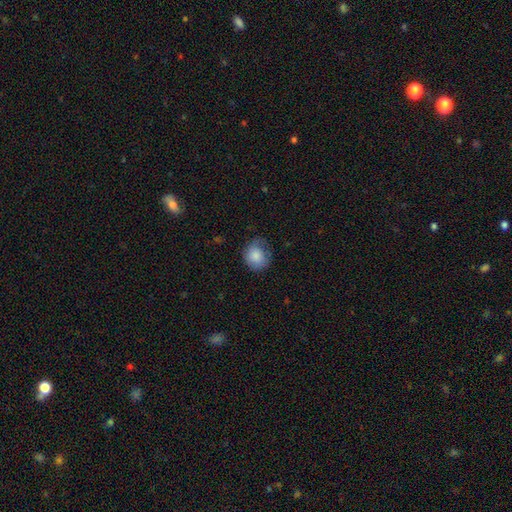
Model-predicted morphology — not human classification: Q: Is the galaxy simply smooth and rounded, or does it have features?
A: smooth — 83%.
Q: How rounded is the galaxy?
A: round — 75%.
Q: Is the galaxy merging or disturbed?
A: none — 57%.